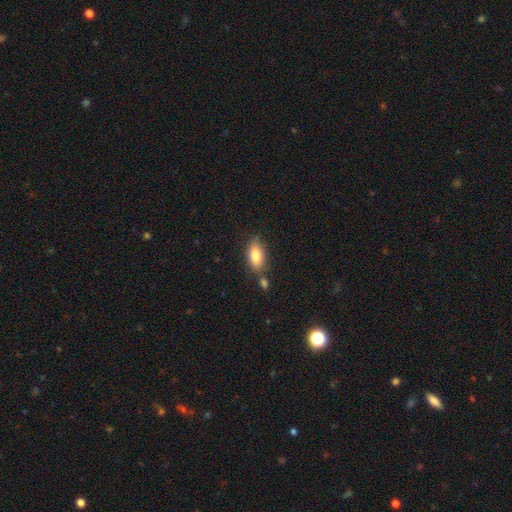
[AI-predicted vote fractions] Smooth or featured?
  - smooth: 83% *
  - featured or disk: 10%
  - star or artifact: 7%
How rounded?
  - in between: 89% *
  - cigar-shaped: 7%
  - round: 4%
Merging?
  - none: 67% *
  - minor disturbance: 16%
  - merger: 12%
  - major disturbance: 4%